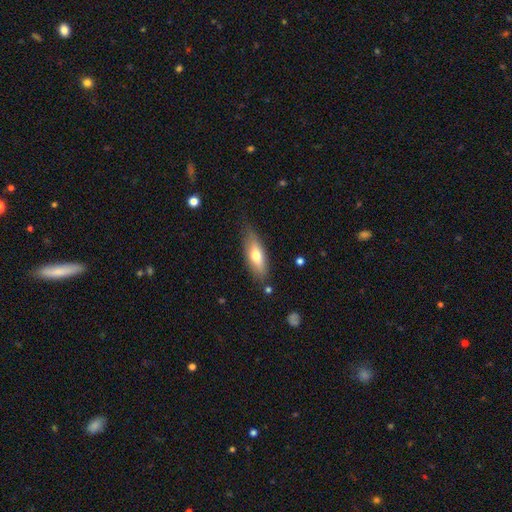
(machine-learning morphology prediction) A smooth galaxy with no disk features (65%) that is in between round and cigar-shaped (59%). Merging: none (77%).